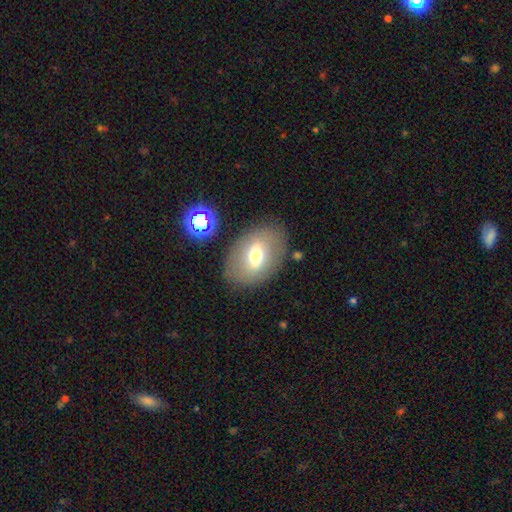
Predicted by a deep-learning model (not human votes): smooth-or-featured: smooth: 54% | featured or disk: 36% | star or artifact: 10%
  how-rounded: in between: 80% | round: 19% | cigar-shaped: 1%
  merging: none: 80% | minor disturbance: 12% | major disturbance: 5% | merger: 3%